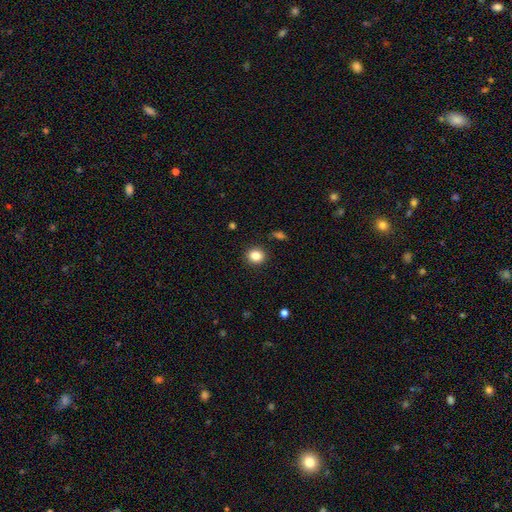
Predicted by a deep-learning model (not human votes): A smooth galaxy with no disk features (85%) that is round (77%). Merging: none (90%).